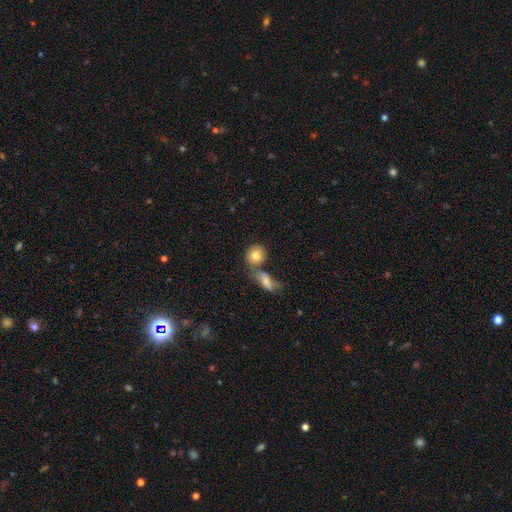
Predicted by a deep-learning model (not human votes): smooth-or-featured: smooth: 80% | featured or disk: 12% | star or artifact: 8%
  how-rounded: round: 76% | in between: 22% | cigar-shaped: 2%
  merging: none: 48% | merger: 37% | minor disturbance: 10% | major disturbance: 5%